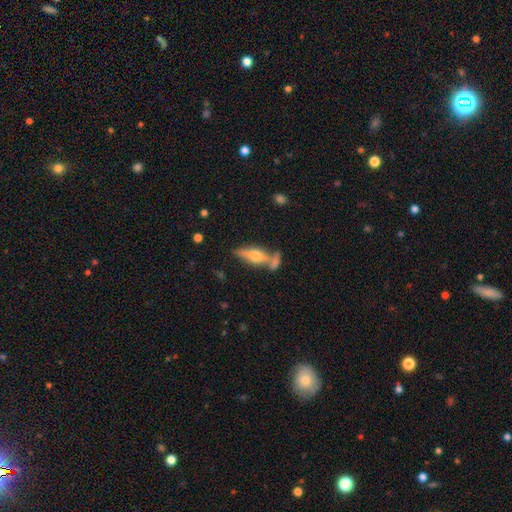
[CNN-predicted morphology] featured or disk 53%, smooth 39%, star or artifact 8%. Down the decision tree: edge-on disk — yes (86%); merging — none (56%).